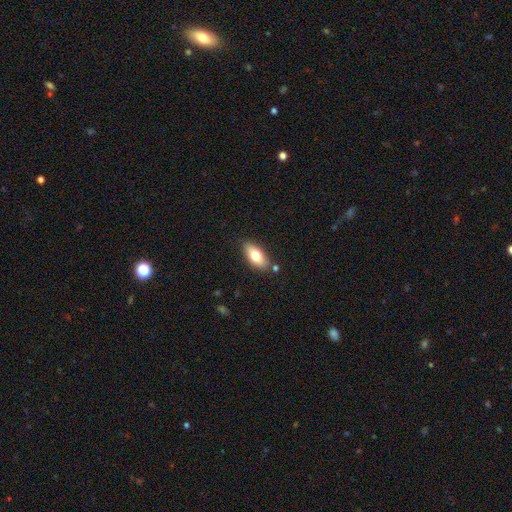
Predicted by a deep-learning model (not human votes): smooth 75%, featured or disk 18%, star or artifact 7%. Down the decision tree: how rounded — in between (86%); merging — none (80%).